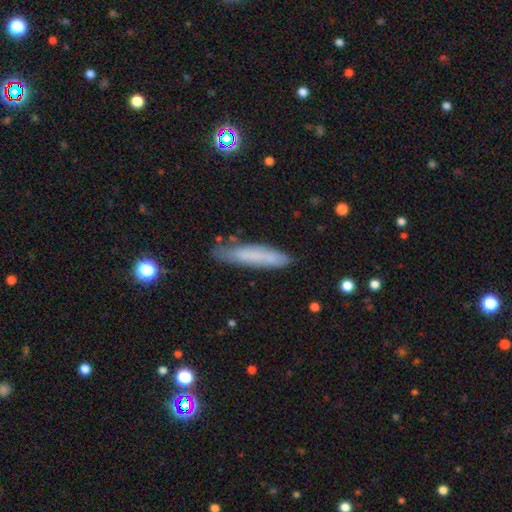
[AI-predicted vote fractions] Smooth or featured?
  - smooth: 67% *
  - featured or disk: 25%
  - star or artifact: 8%
How rounded?
  - cigar-shaped: 85% *
  - in between: 13%
  - round: 2%
Merging?
  - none: 72% *
  - minor disturbance: 21%
  - major disturbance: 5%
  - merger: 3%